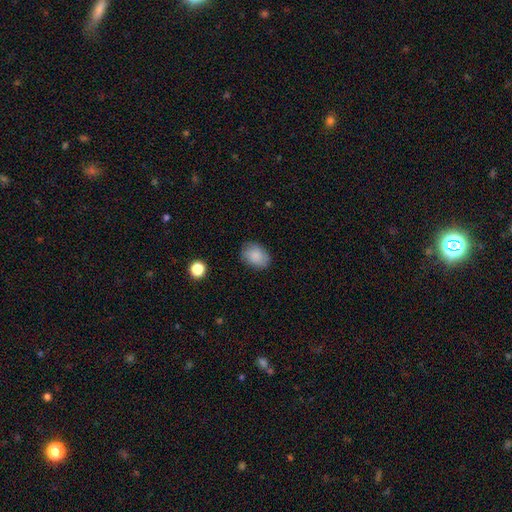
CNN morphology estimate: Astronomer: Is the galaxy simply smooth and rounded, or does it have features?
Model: smooth — 84%.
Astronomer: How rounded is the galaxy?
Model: in between — 74%.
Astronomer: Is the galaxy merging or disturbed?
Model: none — 82%.